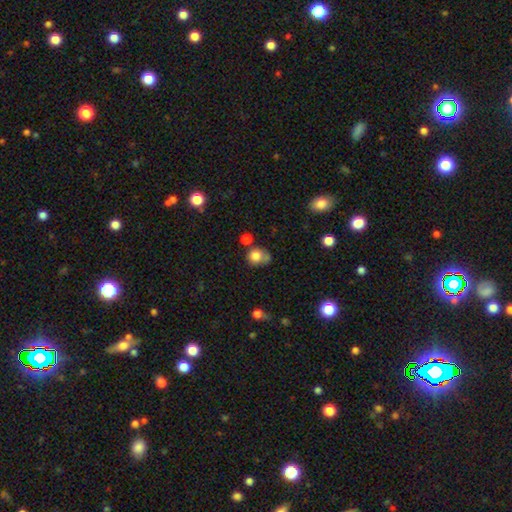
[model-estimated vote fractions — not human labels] Q: Smooth or featured?
A: smooth (80%); runner-up: star or artifact (10%)
Q: How rounded?
A: round (70%); runner-up: in between (29%)
Q: Merging?
A: none (45%); runner-up: minor disturbance (27%)